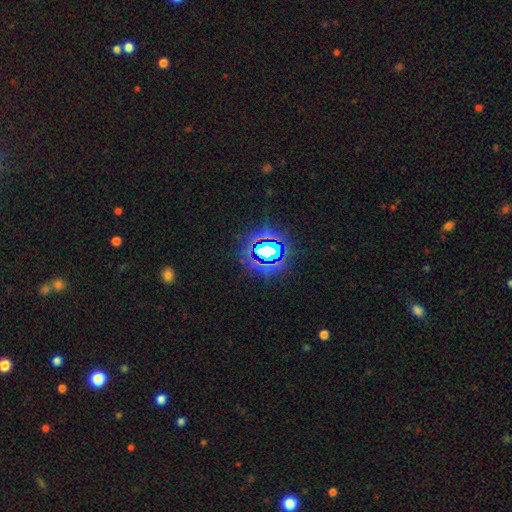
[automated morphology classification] type=star or artifact (80%).